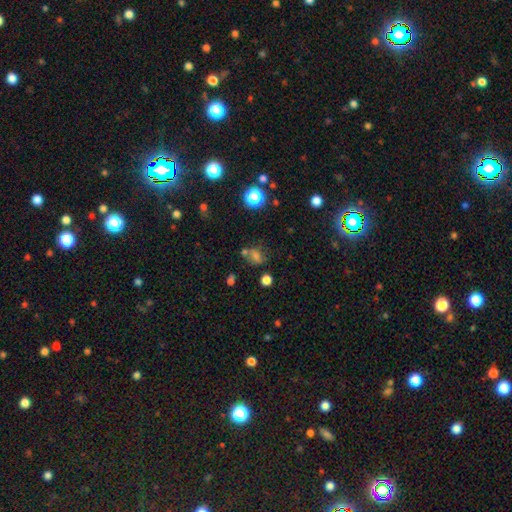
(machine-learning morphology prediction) smooth-or-featured: smooth: 60% | star or artifact: 24% | featured or disk: 17%
  how-rounded: in between: 59% | round: 39% | cigar-shaped: 3%
  merging: none: 50% | merger: 22% | minor disturbance: 18% | major disturbance: 10%